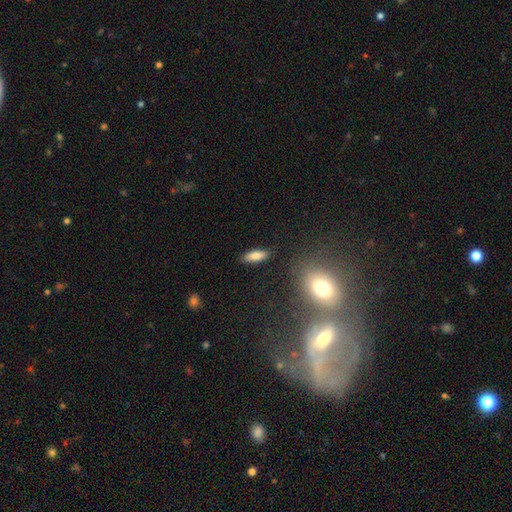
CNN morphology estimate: Smooth or featured: smooth — 82% (featured or disk — 10%)
How rounded: in between — 66% (cigar-shaped — 31%)
Merging: none — 87% (minor disturbance — 9%)